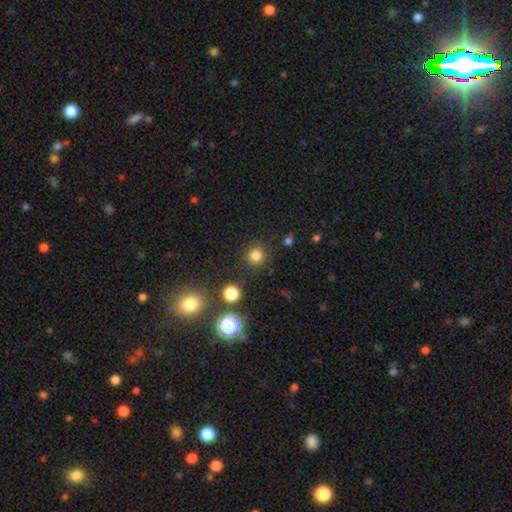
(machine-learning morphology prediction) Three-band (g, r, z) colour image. It shows a smooth galaxy with no disk features (79%) that is round (92%). Merging: none (86%).